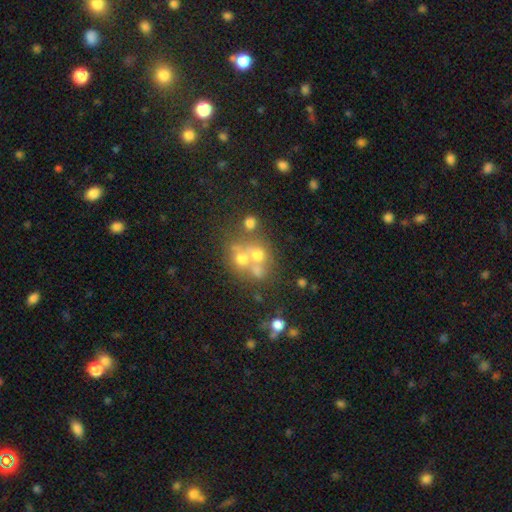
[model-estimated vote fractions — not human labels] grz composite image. It shows a smooth galaxy with no disk features (48%). Merging: merger (48%).